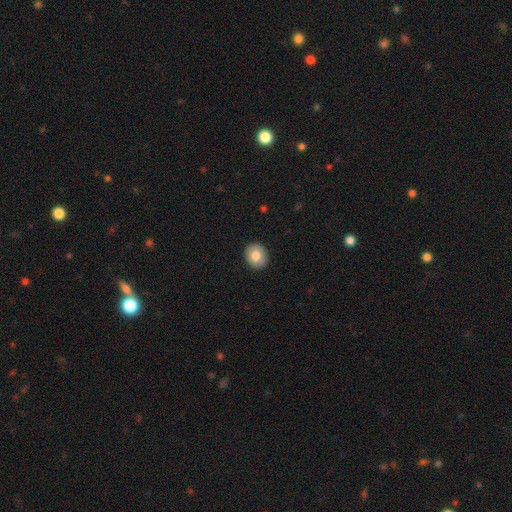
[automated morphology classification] Smooth or featured?
  - smooth: 79% *
  - featured or disk: 14%
  - star or artifact: 7%
How rounded?
  - round: 66% *
  - in between: 33%
  - cigar-shaped: 1%
Merging?
  - none: 90% *
  - minor disturbance: 7%
  - major disturbance: 2%
  - merger: 1%